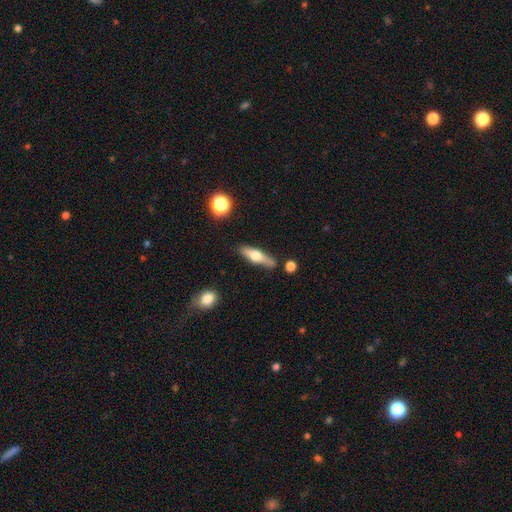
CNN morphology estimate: Smooth or featured? featured or disk (50%)
Edge-on disk? yes (91%)
Merging? none (79%)